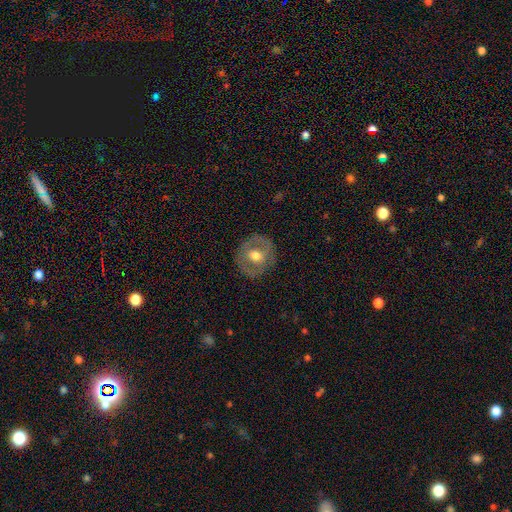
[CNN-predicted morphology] Overall: featured or disk (47%, tied with smooth). Merging: none (83%).